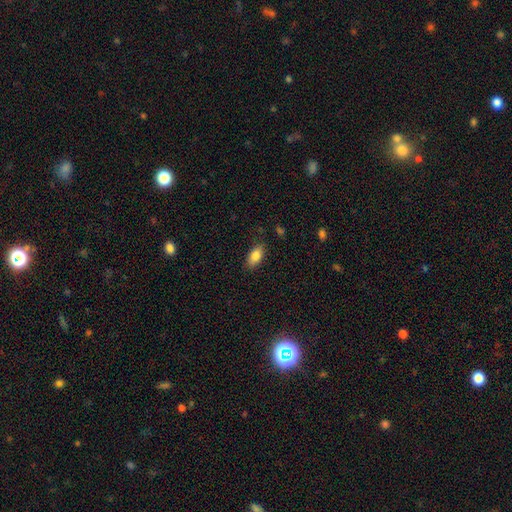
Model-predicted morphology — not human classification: The model was most divided on "merging": none: 84%, minor disturbance: 12%, major disturbance: 3%, merger: 1%. More confident: how rounded — in between (90%); smooth or featured — smooth (84%).